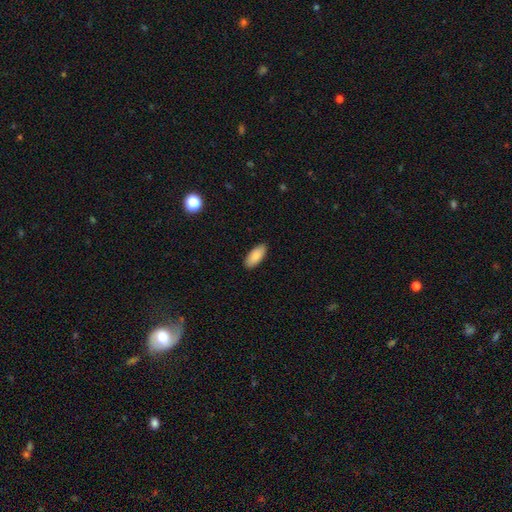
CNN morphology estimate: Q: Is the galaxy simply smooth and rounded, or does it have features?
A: smooth — 89%.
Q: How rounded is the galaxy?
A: in between — 88%.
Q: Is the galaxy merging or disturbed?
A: none — 90%.